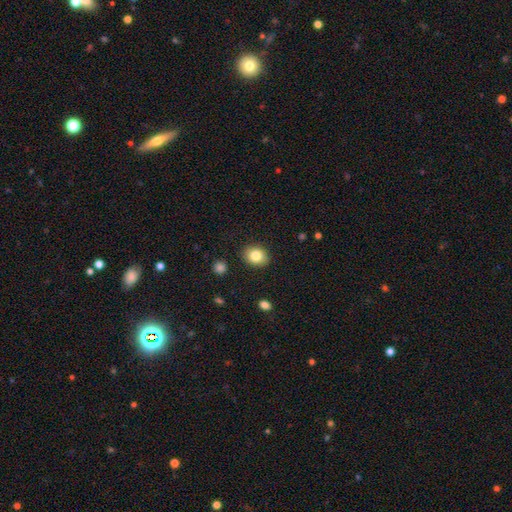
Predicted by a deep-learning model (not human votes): A smooth galaxy with no disk features (83%) that is in between round and cigar-shaped (51%).

Vote fractions:
- Smooth or featured? smooth: 83% / star or artifact: 9% / featured or disk: 8%
- How rounded? in between: 51% / round: 48% / cigar-shaped: 1%
- Merging? none: 88% / minor disturbance: 8% / major disturbance: 2% / merger: 1%